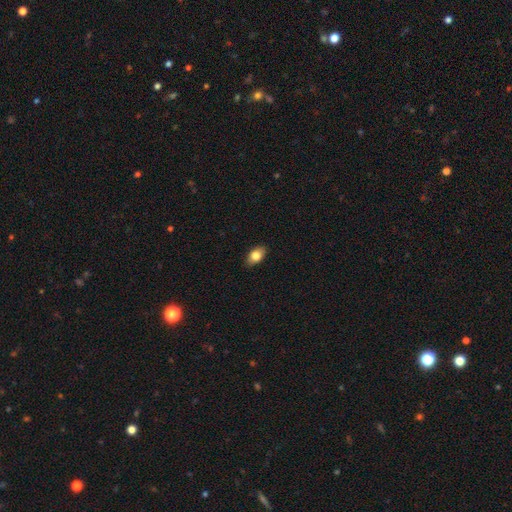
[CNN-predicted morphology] This appears to be a smooth galaxy with no disk features (80%) that is in between round and cigar-shaped (88%). Merging: none (87%).